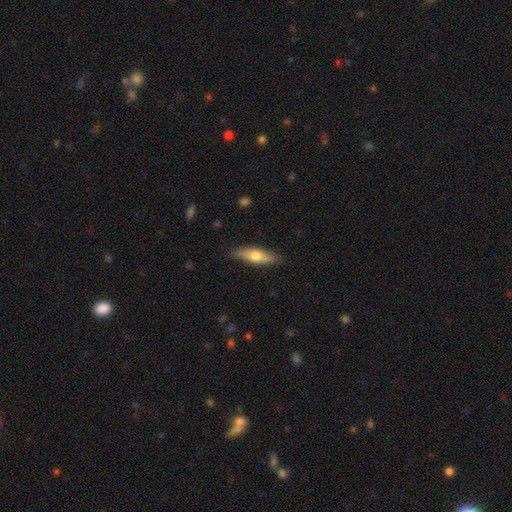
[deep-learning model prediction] Smooth or featured?
  - smooth: 59% *
  - featured or disk: 36%
  - star or artifact: 6%
How rounded?
  - cigar-shaped: 59% *
  - in between: 39%
  - round: 2%
Merging?
  - none: 87% *
  - minor disturbance: 10%
  - major disturbance: 2%
  - merger: 1%